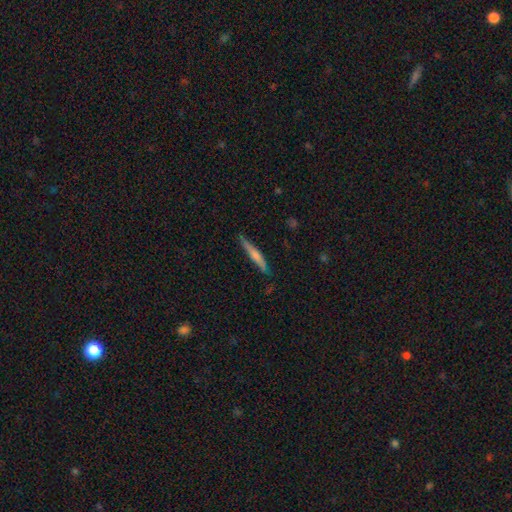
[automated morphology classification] Smooth or featured? Predicted: smooth (p=0.49). Merging? Predicted: none (p=0.83).